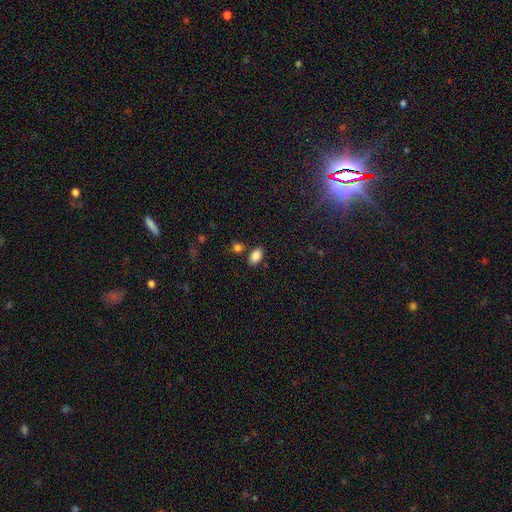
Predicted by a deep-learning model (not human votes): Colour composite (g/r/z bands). It shows a smooth galaxy with no disk features (86%) that is in between round and cigar-shaped (89%). Merging: none (78%).